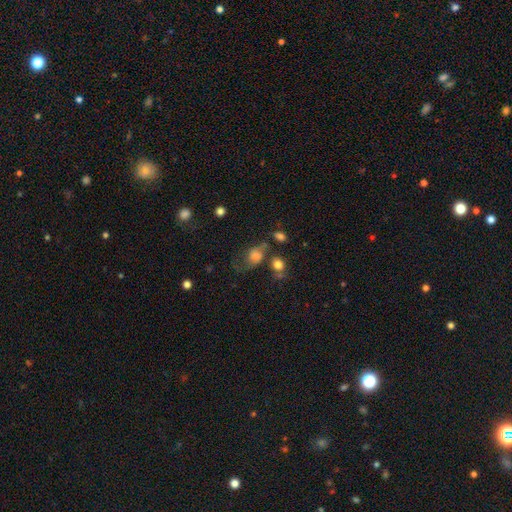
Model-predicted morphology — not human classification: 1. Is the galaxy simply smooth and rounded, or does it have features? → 48% smooth, 35% featured or disk, 17% star or artifact.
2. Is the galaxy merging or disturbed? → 43% none, 22% major disturbance, 22% minor disturbance, 13% merger.